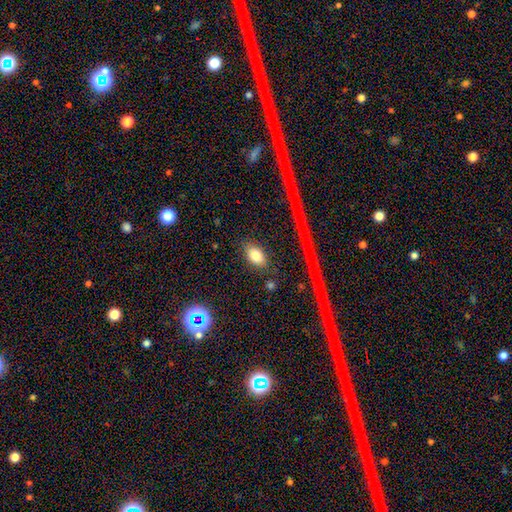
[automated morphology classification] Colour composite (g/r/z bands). It shows a smooth galaxy with no disk features (80%) that is in between round and cigar-shaped (85%). Merging: none (84%).